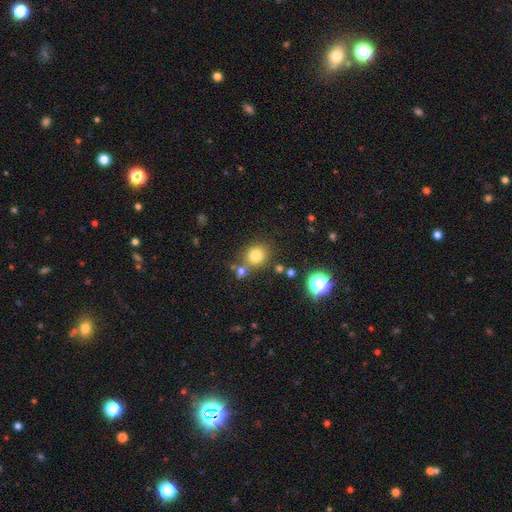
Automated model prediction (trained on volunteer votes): Q: Smooth or featured?
A: smooth (78%); runner-up: star or artifact (14%)
Q: How rounded?
A: round (81%); runner-up: in between (18%)
Q: Merging?
A: none (69%); runner-up: merger (16%)